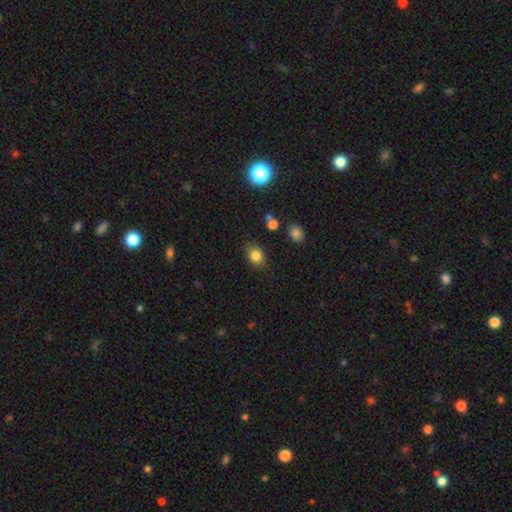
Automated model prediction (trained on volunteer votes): Smooth or featured?
  - smooth: 83% *
  - star or artifact: 11%
  - featured or disk: 6%
How rounded?
  - in between: 55% *
  - round: 44%
  - cigar-shaped: 1%
Merging?
  - none: 80% *
  - minor disturbance: 14%
  - major disturbance: 4%
  - merger: 3%